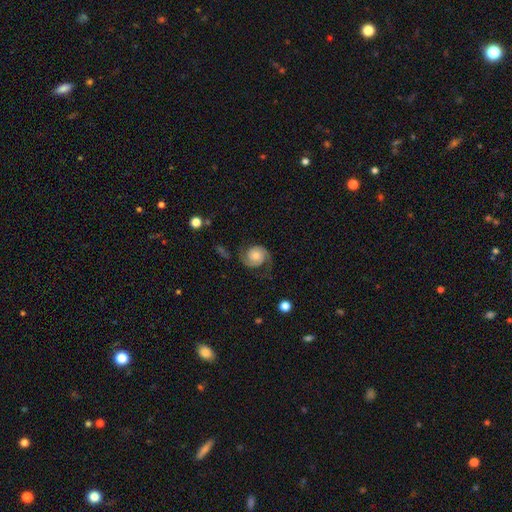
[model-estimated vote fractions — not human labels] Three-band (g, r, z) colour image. It shows a featured or disk galaxy (81%) with no bar (77%), 2 (91%) medium (44%) spiral arms (97%) and a moderate central bulge (41%). Merging: none (70%).